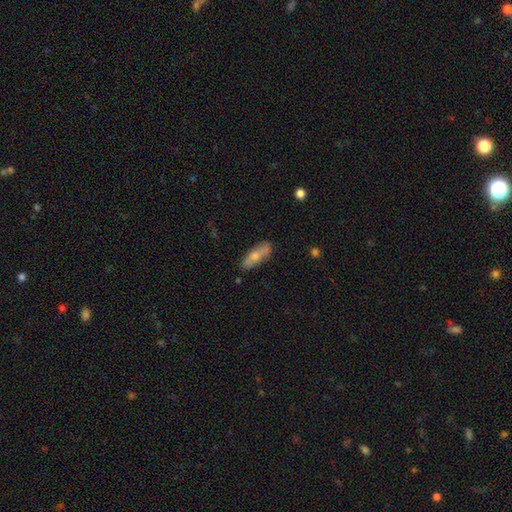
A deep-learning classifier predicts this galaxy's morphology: This appears to be a smooth galaxy with no disk features (70%) that is in between round and cigar-shaped (52%). Merging: none (77%).